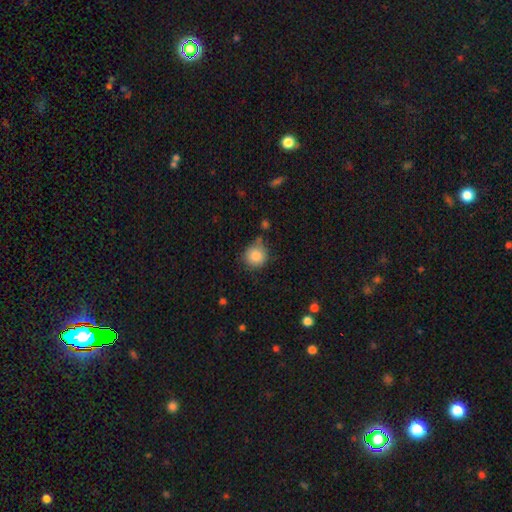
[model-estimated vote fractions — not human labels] smooth-or-featured: smooth: 85% | star or artifact: 9% | featured or disk: 6%
  how-rounded: round: 91% | in between: 8% | cigar-shaped: 1%
  merging: none: 75% | minor disturbance: 16% | merger: 5% | major disturbance: 4%